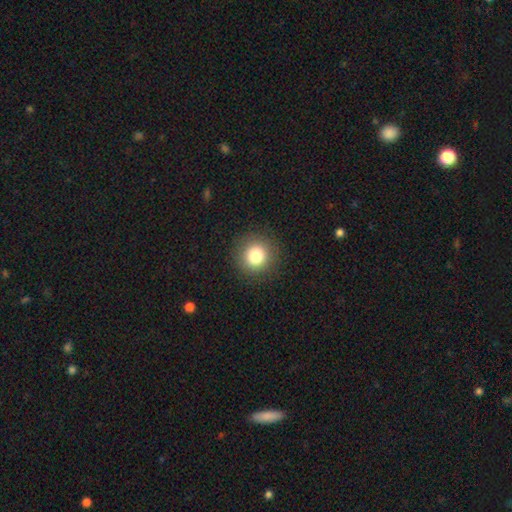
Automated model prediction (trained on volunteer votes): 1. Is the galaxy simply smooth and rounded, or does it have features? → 81% smooth, 11% star or artifact, 8% featured or disk.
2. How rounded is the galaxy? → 94% round, 5% in between, 1% cigar-shaped.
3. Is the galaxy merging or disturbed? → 91% none, 6% minor disturbance, 2% major disturbance, 1% merger.